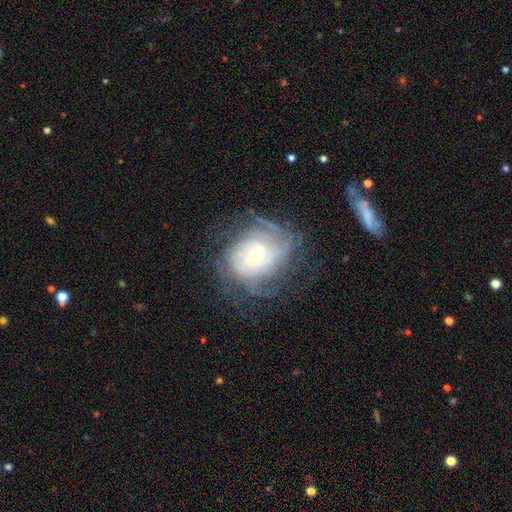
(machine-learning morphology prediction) Overall: featured or disk (82%). Edge-on disk: no (97%). Bar: no (75%). Spiral arms: yes (93%). Spiral arm count: can't tell (41%; 4 14%). Spiral winding: tight (66%). Bulge size: small (62%; moderate 33%). Merging: none (64%).